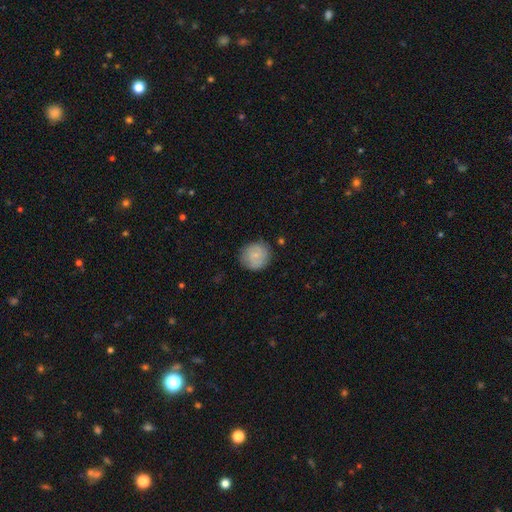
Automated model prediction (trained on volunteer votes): This is likely a smooth galaxy (67%). How rounded: clearly round (90%). Merging: clearly none (81%).